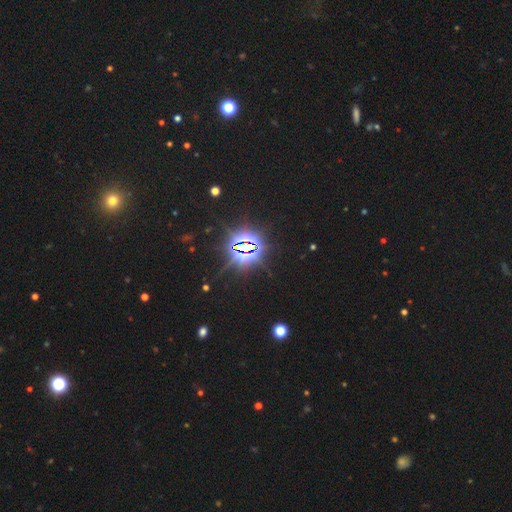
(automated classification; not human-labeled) Smooth or featured?
  - star or artifact: 83% *
  - smooth: 11%
  - featured or disk: 6%